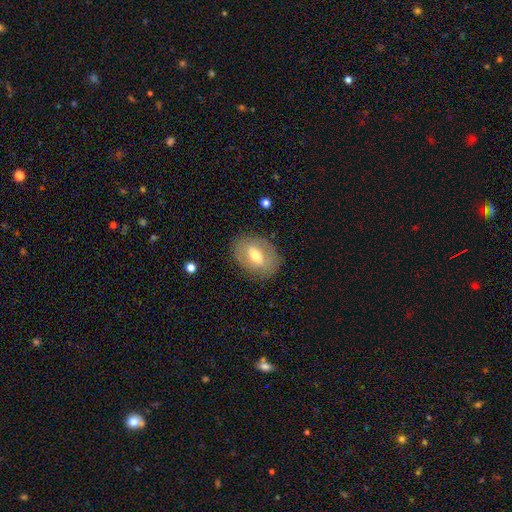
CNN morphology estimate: Smooth or featured?
  - smooth: 46% * (tied)
  - featured or disk: 46% * (tied)
  - star or artifact: 8%
Merging?
  - none: 82% *
  - minor disturbance: 12%
  - major disturbance: 5%
  - merger: 1%